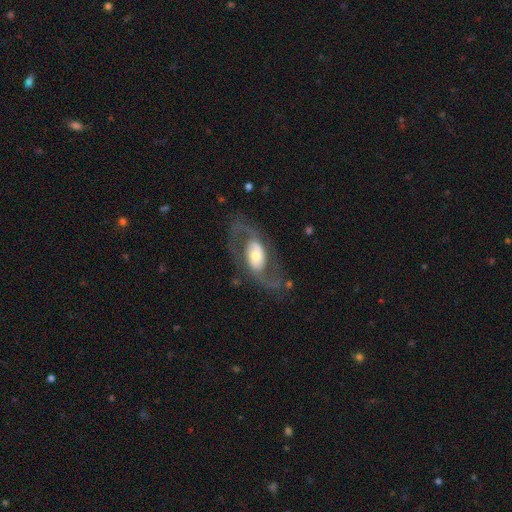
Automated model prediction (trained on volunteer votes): Smooth or featured? featured or disk (85%)
Edge-on disk? no (95%)
Bar? no (49%)
Spiral arms? yes (90%)
Spiral winding? medium (47%)
Spiral arm count? 2 (92%)
Bulge size? moderate (51%)
Merging? none (74%)